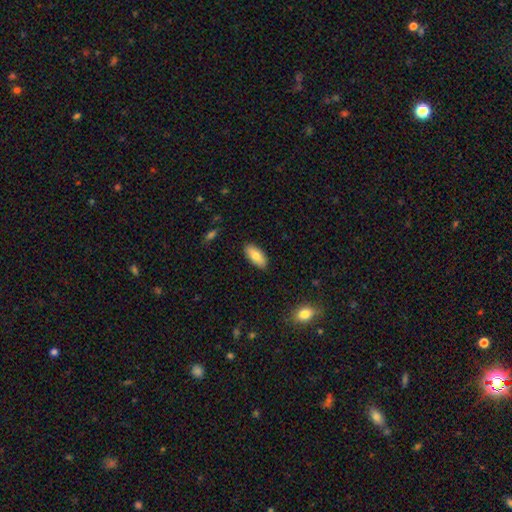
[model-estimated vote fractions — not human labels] Q: Smooth or featured?
A: smooth (81%); runner-up: featured or disk (13%)
Q: How rounded?
A: in between (88%); runner-up: cigar-shaped (10%)
Q: Merging?
A: none (88%); runner-up: minor disturbance (9%)